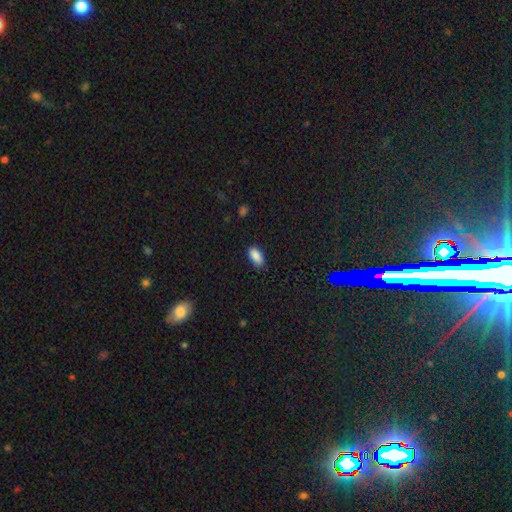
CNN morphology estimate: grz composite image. It shows a smooth galaxy with no disk features (88%) that is in between round and cigar-shaped (92%). Merging: none (82%).